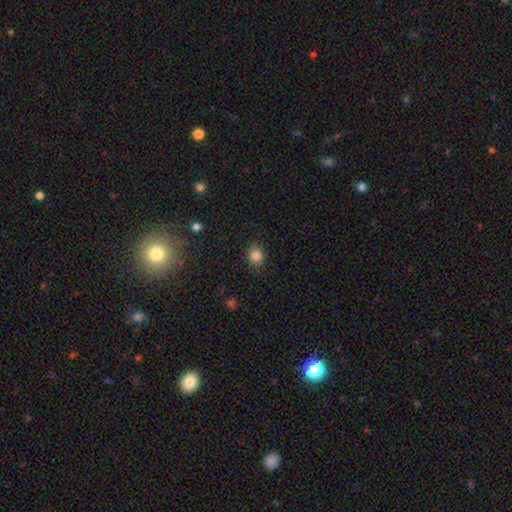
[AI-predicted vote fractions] Q: Smooth or featured?
A: smooth (83%); runner-up: star or artifact (11%)
Q: How rounded?
A: round (58%); runner-up: in between (41%)
Q: Merging?
A: none (86%); runner-up: minor disturbance (11%)